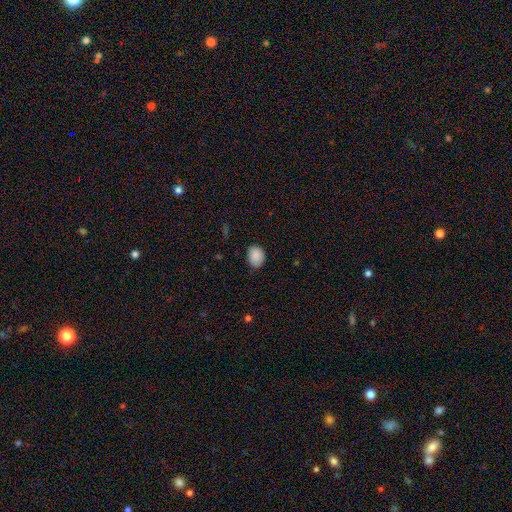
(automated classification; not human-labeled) Q: Smooth or featured?
A: smooth (89%); runner-up: star or artifact (8%)
Q: How rounded?
A: in between (57%); runner-up: round (42%)
Q: Merging?
A: none (79%); runner-up: minor disturbance (17%)